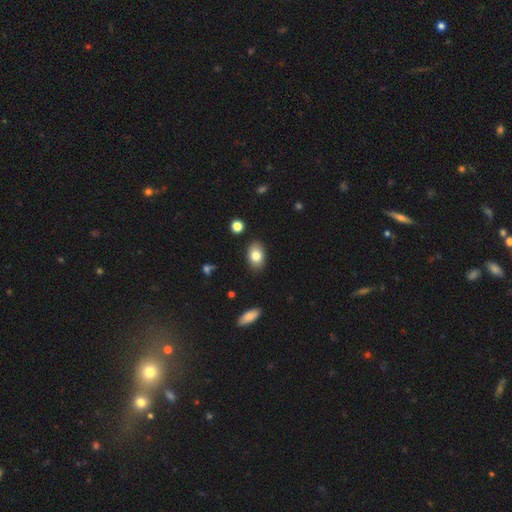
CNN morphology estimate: smooth 80%, featured or disk 12%, star or artifact 8%. Down the decision tree: how rounded — in between (87%); merging — none (87%).